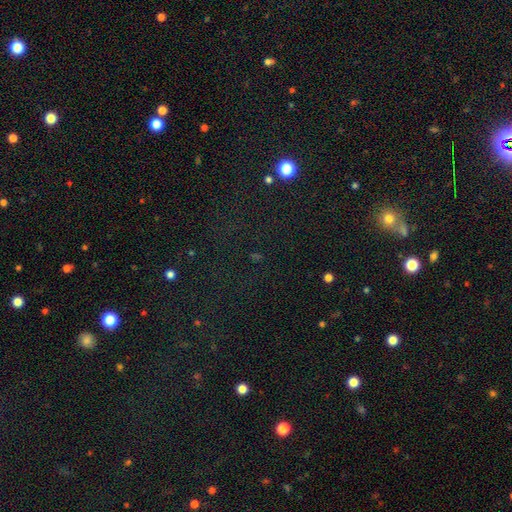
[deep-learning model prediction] Q: Smooth or featured?
A: star or artifact (67%); runner-up: smooth (23%)